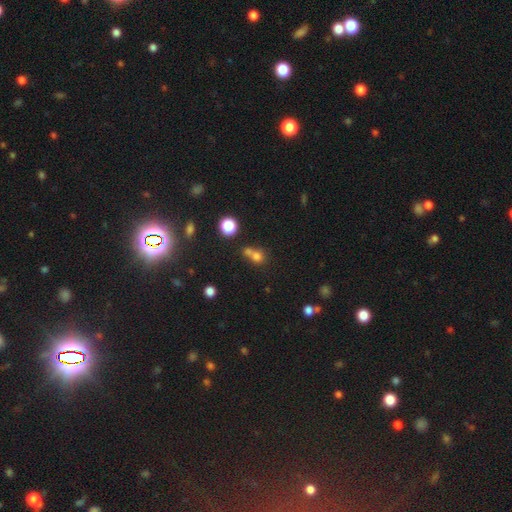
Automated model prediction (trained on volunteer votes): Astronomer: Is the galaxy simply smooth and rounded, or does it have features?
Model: smooth — 71%.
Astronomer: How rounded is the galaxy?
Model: round — 78%.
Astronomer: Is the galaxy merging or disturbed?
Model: merger — 47% (runner-up: none, 39%).